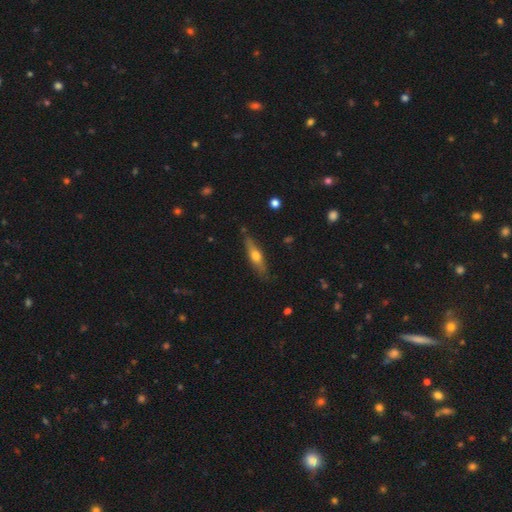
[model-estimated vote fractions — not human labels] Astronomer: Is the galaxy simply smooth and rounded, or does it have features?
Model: featured or disk — 47%, tied with smooth at 47%.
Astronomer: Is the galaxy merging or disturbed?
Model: none — 81%.